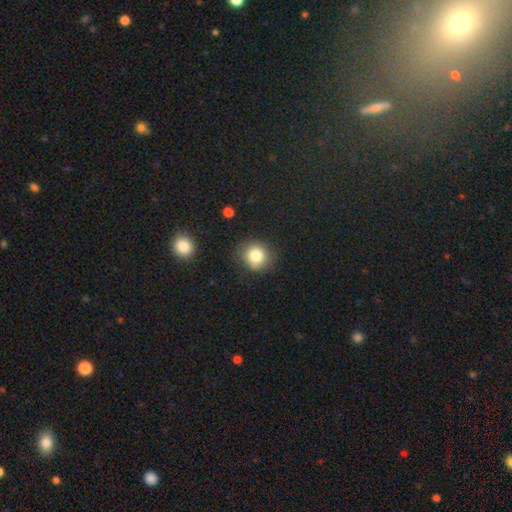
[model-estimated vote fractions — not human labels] Morphology: type=smooth (80%); roundness=round (85%); merging=none (81%).